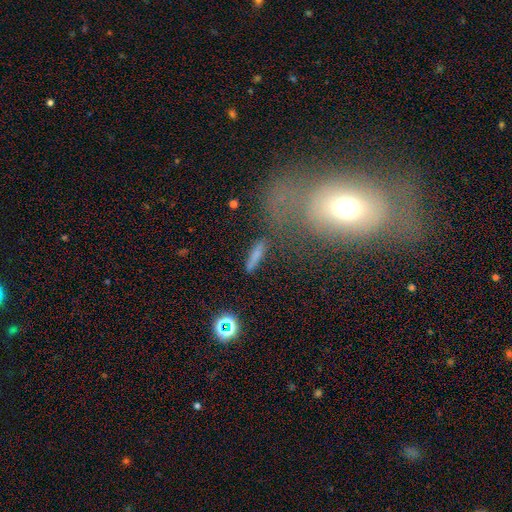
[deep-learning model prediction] Q: Smooth or featured?
A: smooth (69%); runner-up: featured or disk (17%)
Q: How rounded?
A: cigar-shaped (79%); runner-up: in between (17%)
Q: Merging?
A: none (73%); runner-up: minor disturbance (14%)